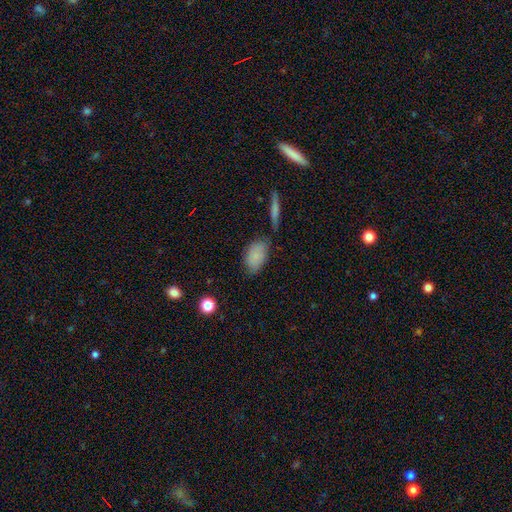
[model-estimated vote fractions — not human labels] smooth 84%, featured or disk 8%, star or artifact 8%. Down the decision tree: how rounded — in between (91%); merging — none (62%).